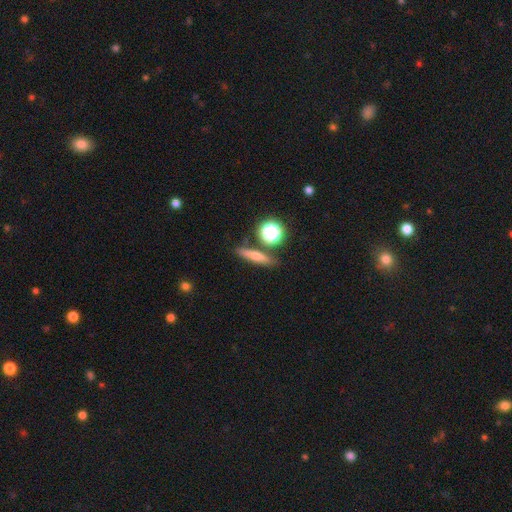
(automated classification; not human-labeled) Q: Smooth or featured?
A: smooth (61%); runner-up: featured or disk (23%)
Q: How rounded?
A: cigar-shaped (65%); runner-up: round (18%)
Q: Merging?
A: none (78%); runner-up: minor disturbance (11%)